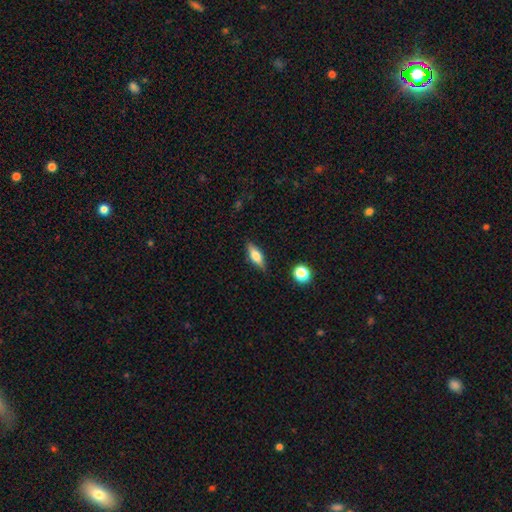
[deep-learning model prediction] A smooth galaxy with no disk features (59%) that is in between round and cigar-shaped (57%). Merging: none (85%).